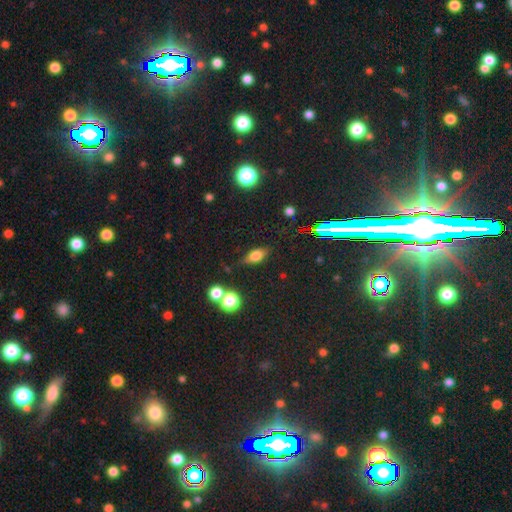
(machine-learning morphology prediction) smooth 68%, featured or disk 18%, star or artifact 14%. Down the decision tree: how rounded — in between (75%); merging — none (74%).